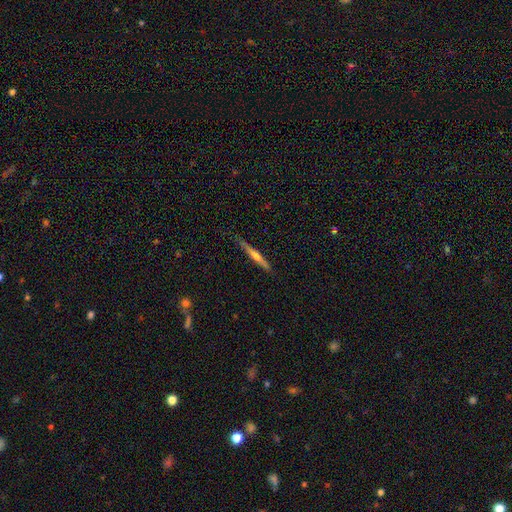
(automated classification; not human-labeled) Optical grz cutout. It shows a featured or disk galaxy (59%) viewed edge-on (97%) with a rounded central bulge (67%). Merging: none (83%).